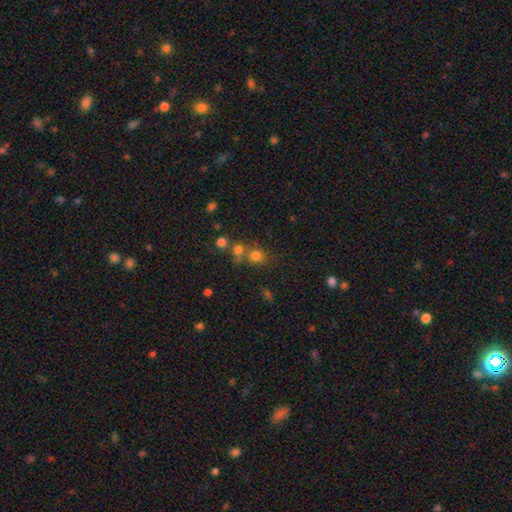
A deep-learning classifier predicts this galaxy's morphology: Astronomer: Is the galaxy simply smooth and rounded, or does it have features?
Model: smooth — 72%.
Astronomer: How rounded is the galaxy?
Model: round — 81%.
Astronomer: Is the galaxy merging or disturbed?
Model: none — 57%.